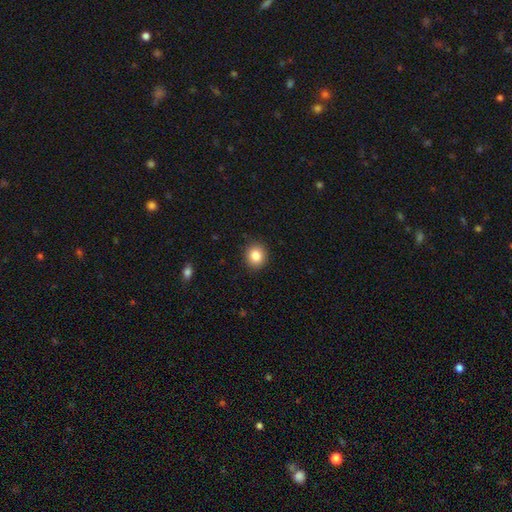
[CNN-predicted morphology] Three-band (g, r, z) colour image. It shows a smooth galaxy with no disk features (84%) that is round (83%). Merging: none (90%).